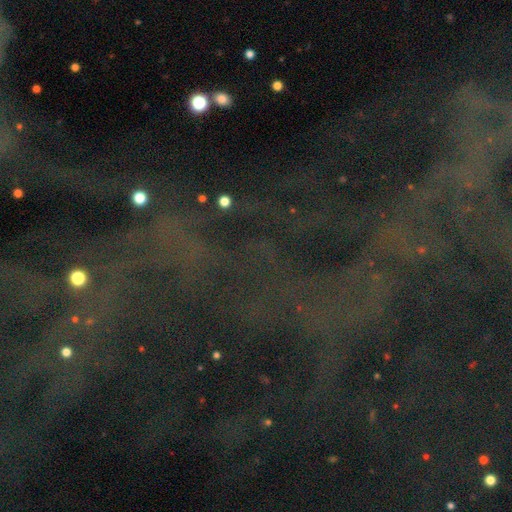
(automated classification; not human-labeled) This is clearly a star or artifact rather than a galaxy (80%).